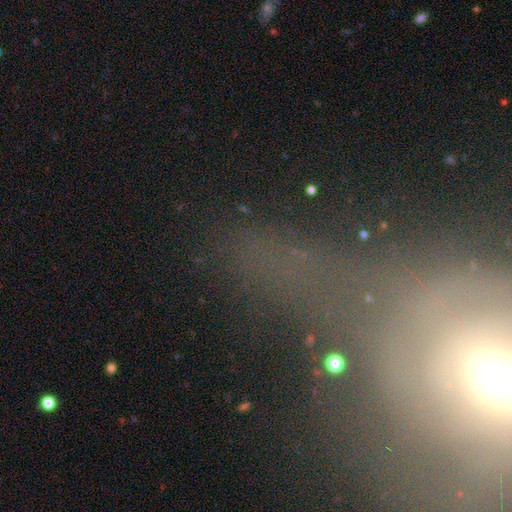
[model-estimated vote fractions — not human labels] This is marginally a star or artifact rather than a galaxy (42%).